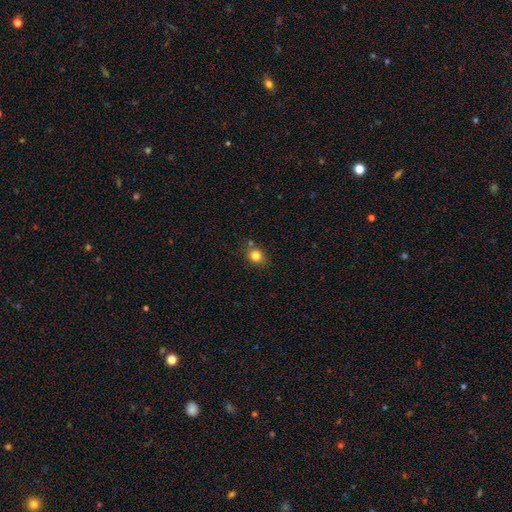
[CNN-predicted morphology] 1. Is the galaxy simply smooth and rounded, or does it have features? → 81% smooth, 12% star or artifact, 7% featured or disk.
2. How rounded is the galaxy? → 65% round, 34% in between, 1% cigar-shaped.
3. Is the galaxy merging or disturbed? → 76% none, 14% minor disturbance, 8% merger, 3% major disturbance.